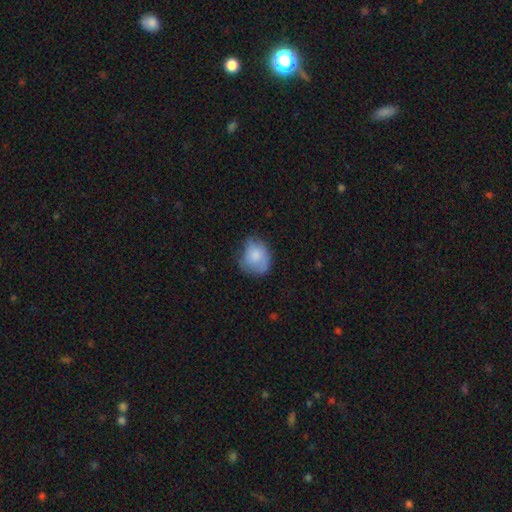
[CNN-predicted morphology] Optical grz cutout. It shows a smooth galaxy with no disk features (77%) that is round (56%). Merging: none (48%).